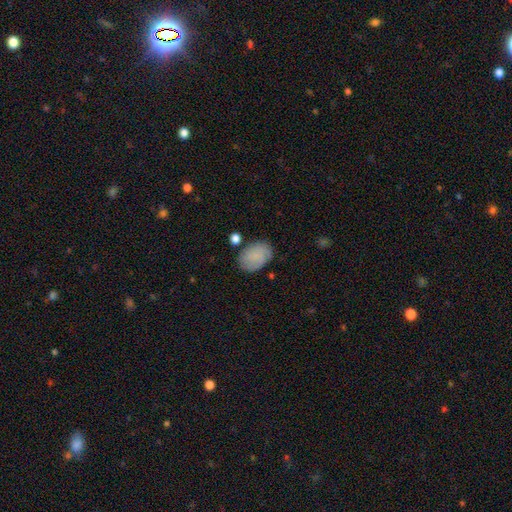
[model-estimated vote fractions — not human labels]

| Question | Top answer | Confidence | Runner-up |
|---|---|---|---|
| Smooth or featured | smooth | 76% | featured or disk (17%) |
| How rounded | in between | 78% | round (20%) |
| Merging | none | 73% | minor disturbance (18%) |